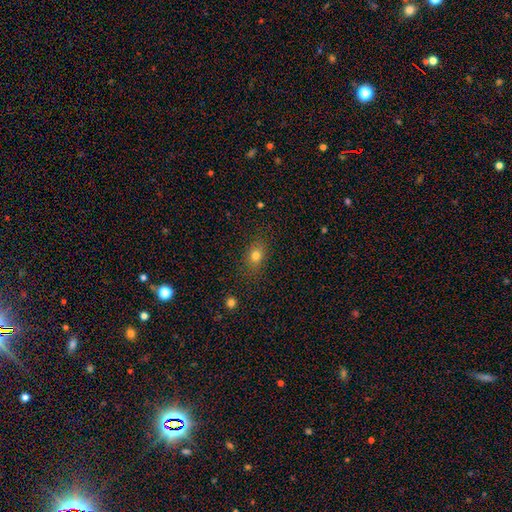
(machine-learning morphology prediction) Smooth or featured?
  - smooth: 77% *
  - star or artifact: 13%
  - featured or disk: 10%
How rounded?
  - in between: 66% *
  - round: 30%
  - cigar-shaped: 3%
Merging?
  - none: 83% *
  - minor disturbance: 12%
  - major disturbance: 4%
  - merger: 1%